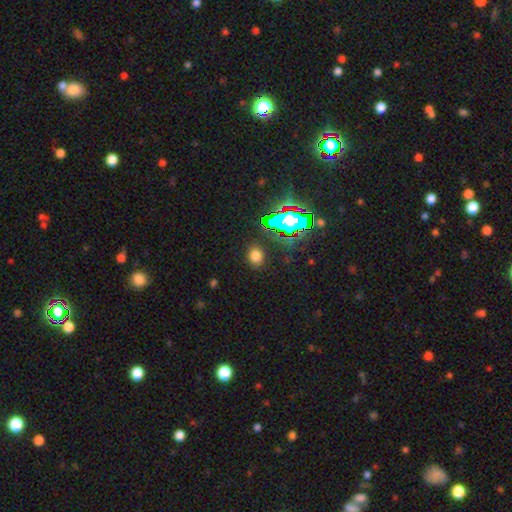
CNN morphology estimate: smooth-or-featured: smooth: 70% | star or artifact: 24% | featured or disk: 7%
  how-rounded: in between: 54% | round: 44% | cigar-shaped: 2%
  merging: none: 85% | minor disturbance: 9% | major disturbance: 3% | merger: 2%